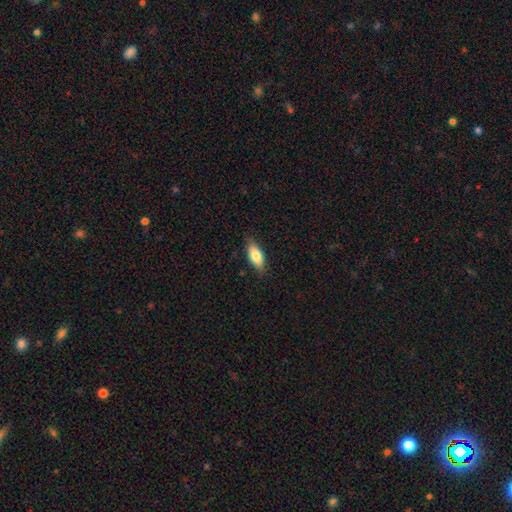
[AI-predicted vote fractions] The model was most divided on "smooth or featured": smooth: 79%, featured or disk: 14%, star or artifact: 6%. More confident: merging — none (84%); how rounded — in between (83%).